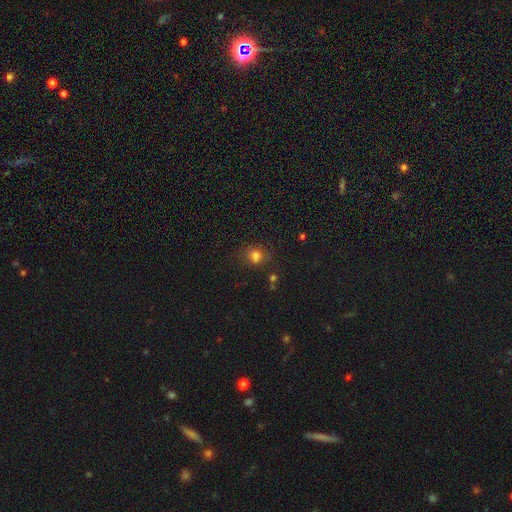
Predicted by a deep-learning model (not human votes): Q: Smooth or featured?
A: smooth (72%); runner-up: star or artifact (19%)
Q: How rounded?
A: round (61%); runner-up: in between (38%)
Q: Merging?
A: none (59%); runner-up: minor disturbance (17%)